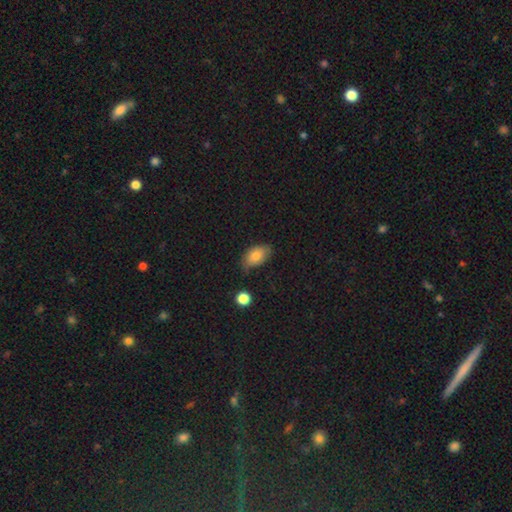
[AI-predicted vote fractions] smooth 78%, featured or disk 14%, star or artifact 8%. Down the decision tree: how rounded — in between (89%); merging — none (63%).